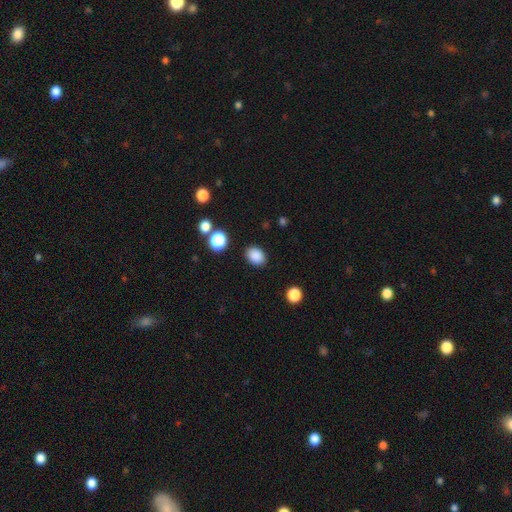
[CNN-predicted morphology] Q: Smooth or featured?
A: smooth (87%); runner-up: star or artifact (10%)
Q: How rounded?
A: in between (68%); runner-up: round (31%)
Q: Merging?
A: none (87%); runner-up: minor disturbance (9%)